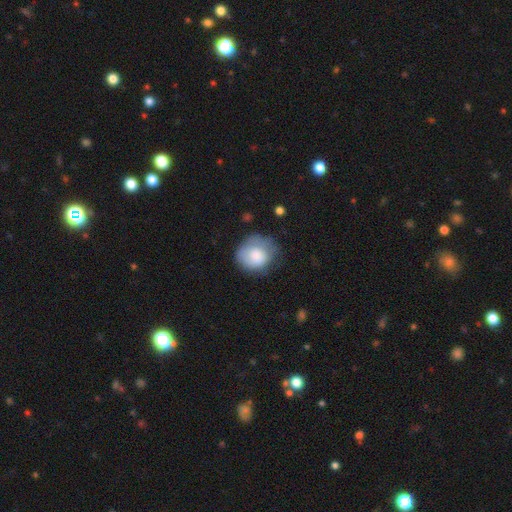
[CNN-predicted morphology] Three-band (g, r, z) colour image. It shows a smooth galaxy with no disk features (75%) that is round (77%). Merging: none (52%).